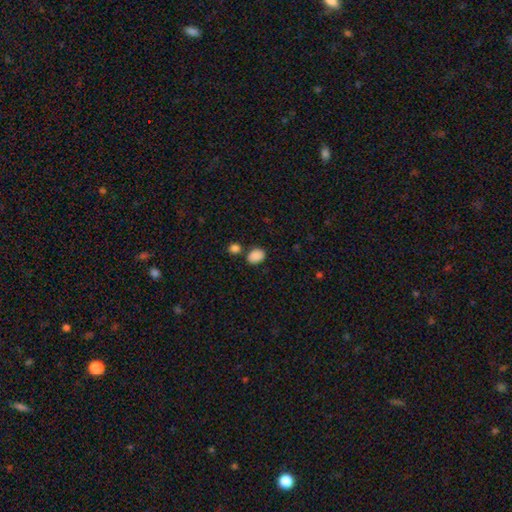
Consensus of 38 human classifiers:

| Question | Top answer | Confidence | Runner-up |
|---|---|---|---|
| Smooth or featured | smooth | 92% | star or artifact (8%) |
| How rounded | in between | 77% | round (23%) |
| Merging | none | 69% | minor disturbance (17%) |